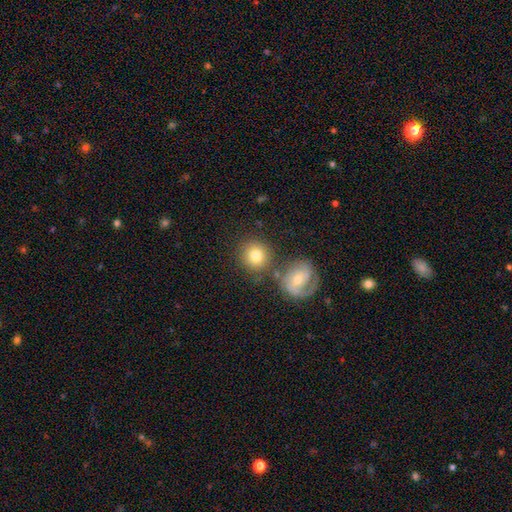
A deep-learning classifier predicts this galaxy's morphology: A smooth galaxy with no disk features (76%) that is round (89%).

Vote fractions:
- Smooth or featured? smooth: 76% / featured or disk: 15% / star or artifact: 8%
- How rounded? round: 89% / in between: 10% / cigar-shaped: 1%
- Merging? none: 71% / merger: 15% / minor disturbance: 10% / major disturbance: 4%